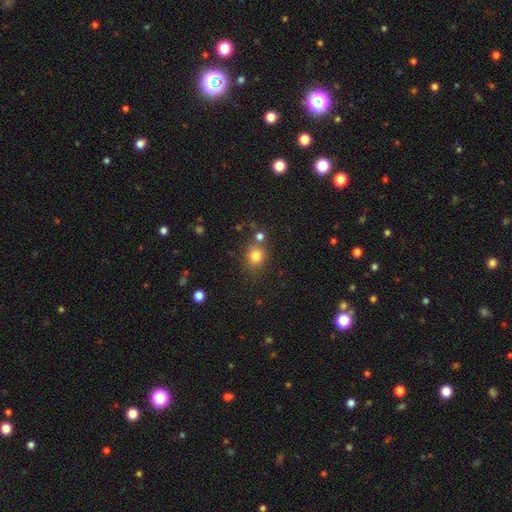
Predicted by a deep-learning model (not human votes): Smooth or featured? Predicted: smooth (p=0.80). How rounded? Predicted: round (p=0.72). Merging? Predicted: none (p=0.68).